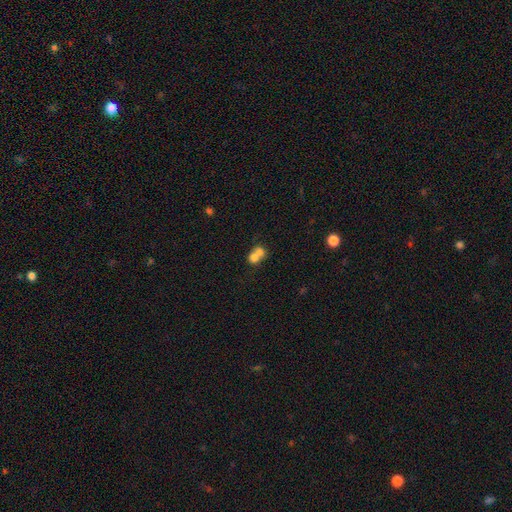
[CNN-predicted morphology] Smooth or featured? smooth (72%)
How rounded? round (67%)
Merging? merger (70%)